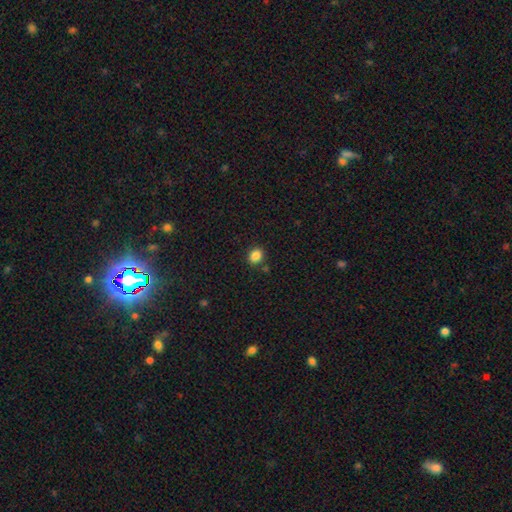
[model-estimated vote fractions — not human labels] smooth_or_featured: smooth (p=0.85) [alt: star or artifact p=0.11]
how_rounded: round (p=0.57) [alt: in between p=0.42]
merging: none (p=0.85) [alt: minor disturbance p=0.08]